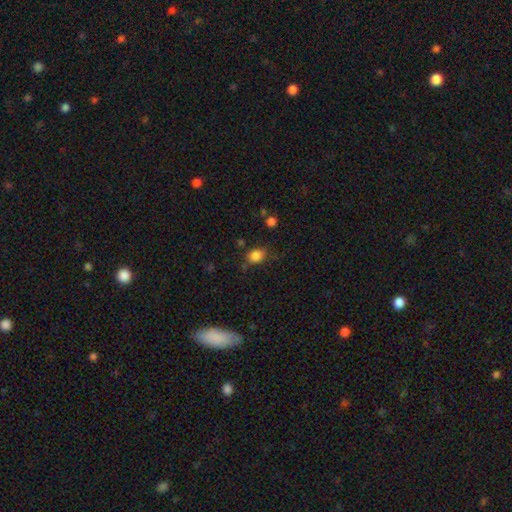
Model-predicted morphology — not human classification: smooth 84%, star or artifact 11%, featured or disk 5%. Down the decision tree: how rounded — in between (51%); merging — none (69%).